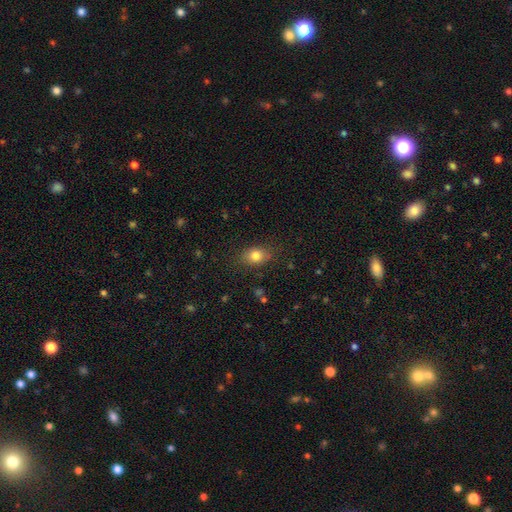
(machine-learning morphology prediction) Q: Smooth or featured?
A: smooth (81%); runner-up: star or artifact (10%)
Q: How rounded?
A: in between (66%); runner-up: round (32%)
Q: Merging?
A: none (83%); runner-up: minor disturbance (12%)